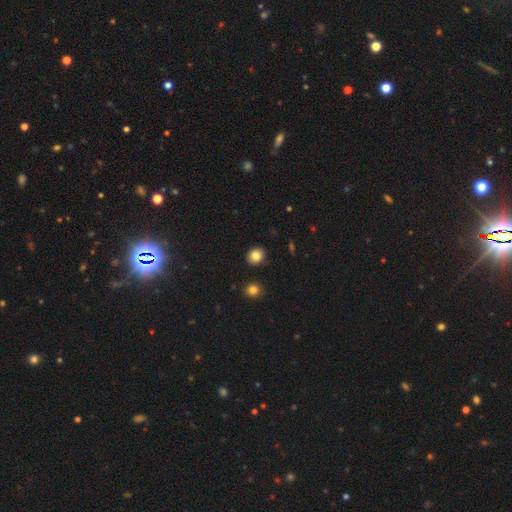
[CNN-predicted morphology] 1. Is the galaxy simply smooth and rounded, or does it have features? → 84% smooth, 10% star or artifact, 6% featured or disk.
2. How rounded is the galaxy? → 77% round, 22% in between, 1% cigar-shaped.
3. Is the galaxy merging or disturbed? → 90% none, 6% minor disturbance, 2% merger, 2% major disturbance.